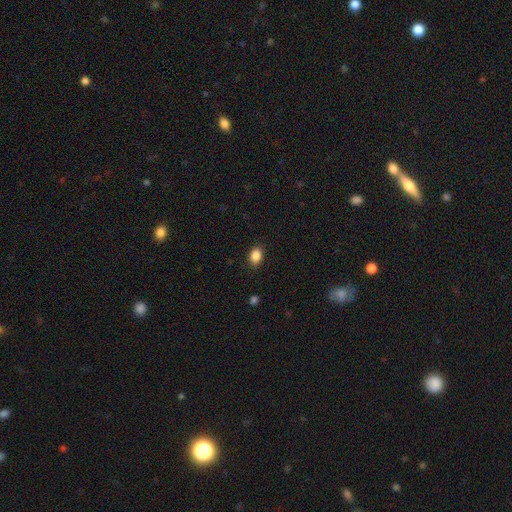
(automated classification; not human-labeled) Smooth or featured: smooth — 87% (star or artifact — 9%)
How rounded: in between — 70% (round — 29%)
Merging: none — 87% (minor disturbance — 10%)